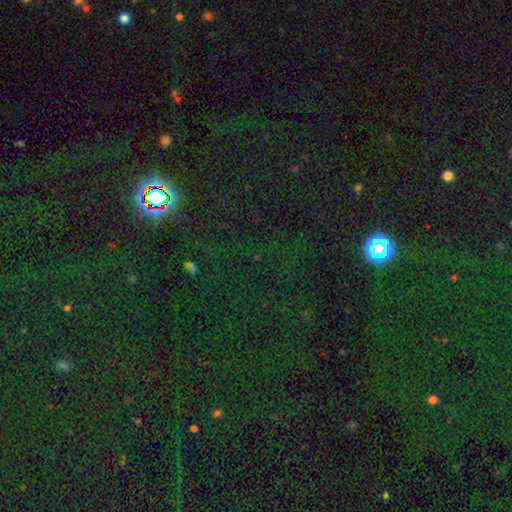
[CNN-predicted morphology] This appears to be a star or artifact, not a galaxy (79%).